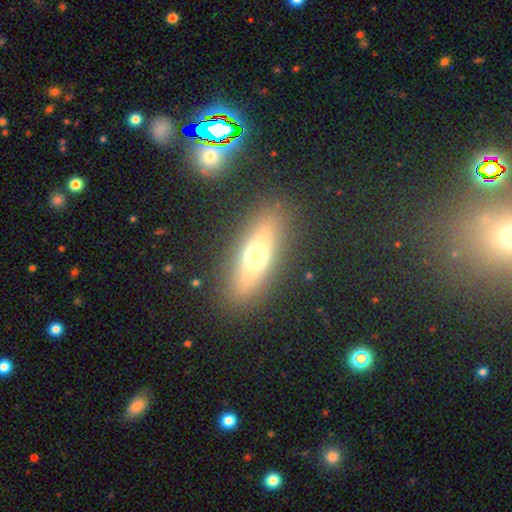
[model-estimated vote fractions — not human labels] The model was most divided on "smooth or featured": featured or disk: 47%, smooth: 44%, star or artifact: 9%. More confident: merging — none (87%).